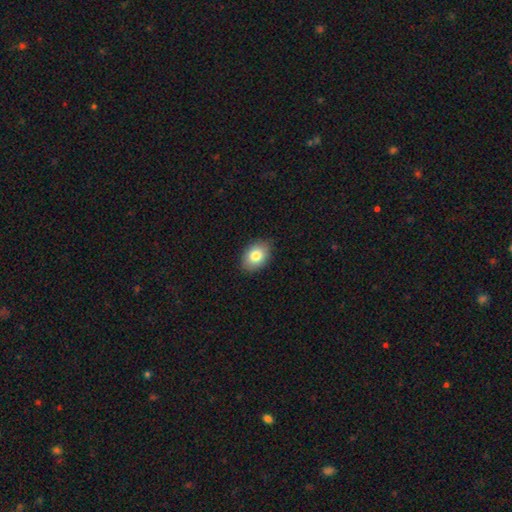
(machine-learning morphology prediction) Smooth or featured? smooth (82%)
How rounded? in between (81%)
Merging? none (87%)